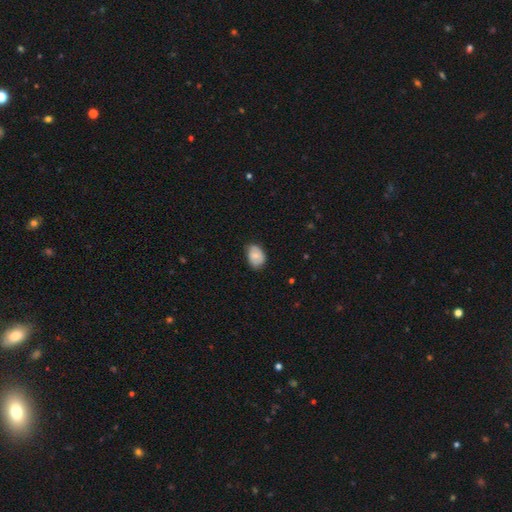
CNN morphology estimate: A smooth galaxy with no disk features (74%) that is in between round and cigar-shaped (77%). Merging: none (69%).